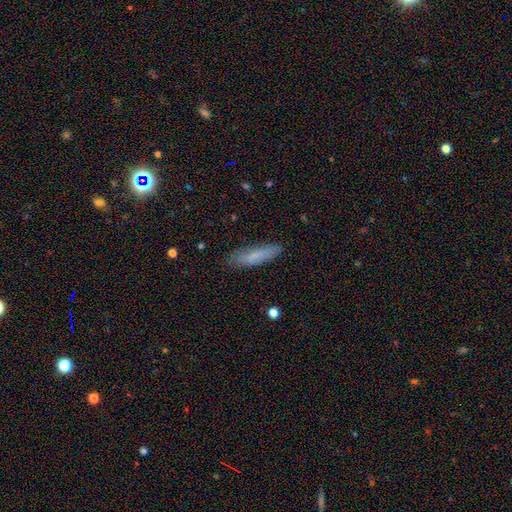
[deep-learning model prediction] smooth_or_featured: smooth (p=0.74) [alt: featured or disk p=0.18]
how_rounded: cigar-shaped (p=0.72) [alt: in between p=0.27]
merging: none (p=0.83) [alt: minor disturbance p=0.13]